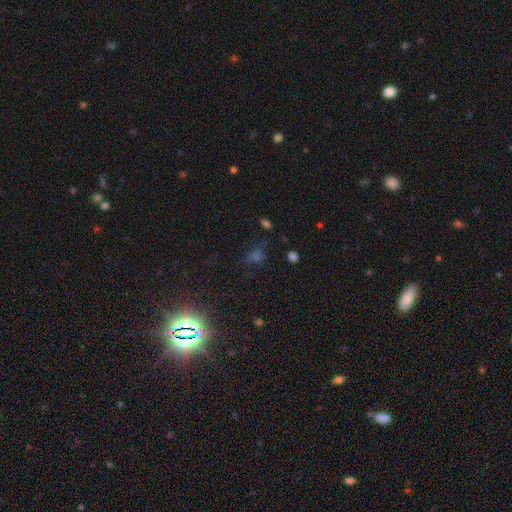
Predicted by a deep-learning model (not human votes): Smooth or featured? star or artifact (62%)